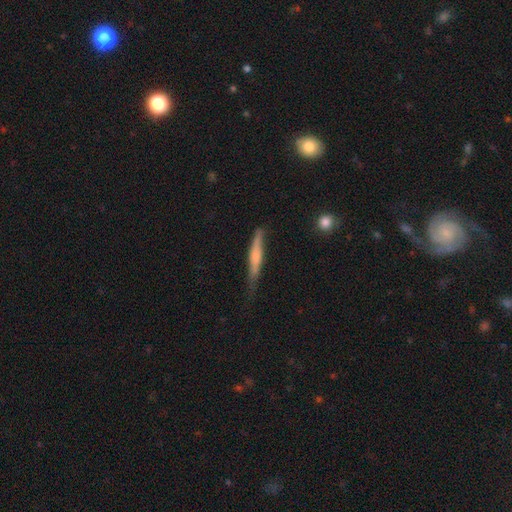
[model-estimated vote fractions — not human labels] This is possibly a smooth galaxy (52%). How rounded: clearly cigar-shaped (92%). Merging: likely none (61%).